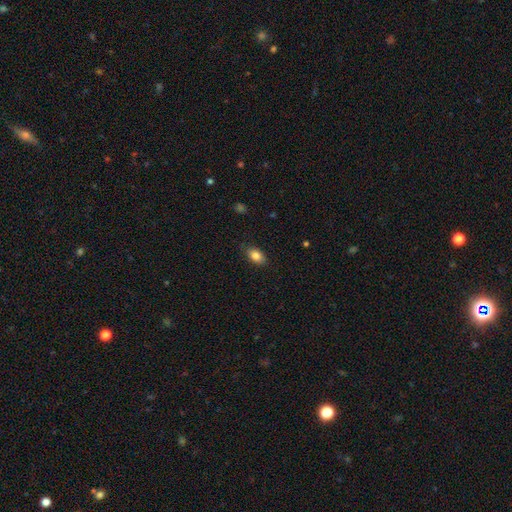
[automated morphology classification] Q: Smooth or featured?
A: smooth (85%); runner-up: star or artifact (8%)
Q: How rounded?
A: in between (88%); runner-up: round (10%)
Q: Merging?
A: none (84%); runner-up: minor disturbance (12%)